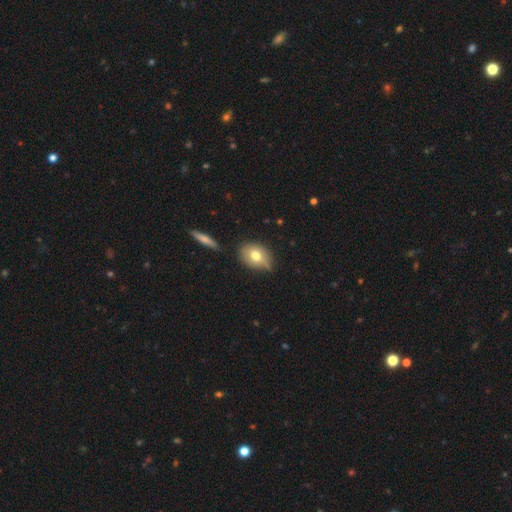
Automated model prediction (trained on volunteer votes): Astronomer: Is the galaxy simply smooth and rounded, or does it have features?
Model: smooth — 74%.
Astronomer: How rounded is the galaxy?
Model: in between — 61% (runner-up: round, 37%).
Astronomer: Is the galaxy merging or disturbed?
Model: none — 65%.